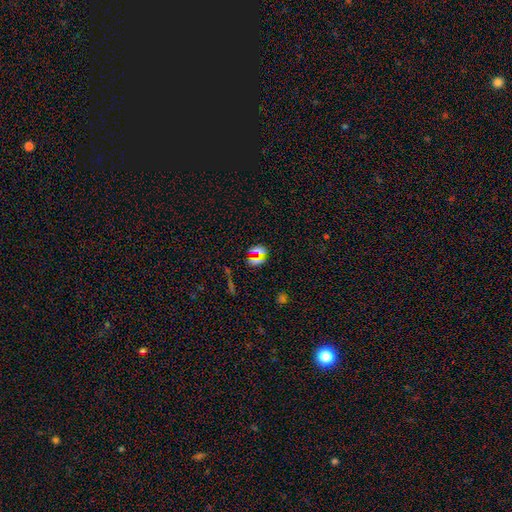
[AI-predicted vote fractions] smooth_or_featured: smooth (p=0.49) [alt: star or artifact p=0.39]
merging: none (p=0.62) [alt: merger p=0.18]